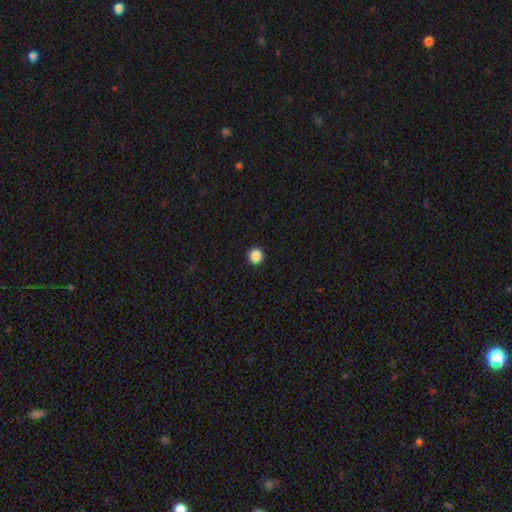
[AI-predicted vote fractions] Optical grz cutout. It shows a smooth galaxy with no disk features (87%) that is round (95%). Merging: none (93%).